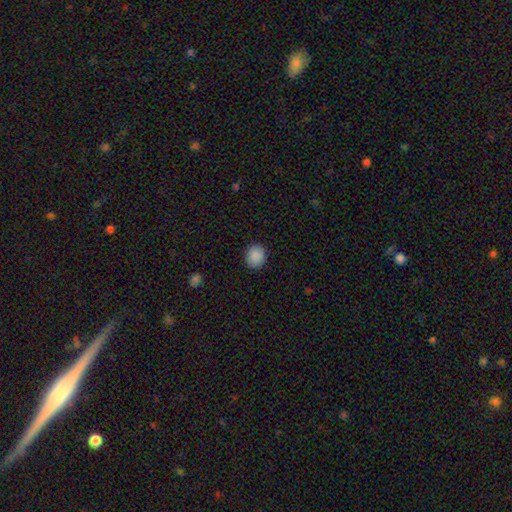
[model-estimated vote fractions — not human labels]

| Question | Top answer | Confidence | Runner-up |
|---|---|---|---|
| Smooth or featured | smooth | 89% | star or artifact (8%) |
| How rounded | round | 75% | in between (25%) |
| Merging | none | 89% | minor disturbance (7%) |